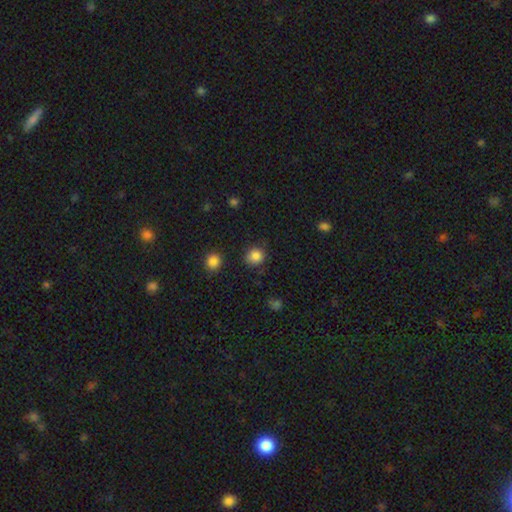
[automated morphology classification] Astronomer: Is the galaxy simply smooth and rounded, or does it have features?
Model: smooth — 85%.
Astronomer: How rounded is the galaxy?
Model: round — 85%.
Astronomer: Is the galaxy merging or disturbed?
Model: none — 84%.